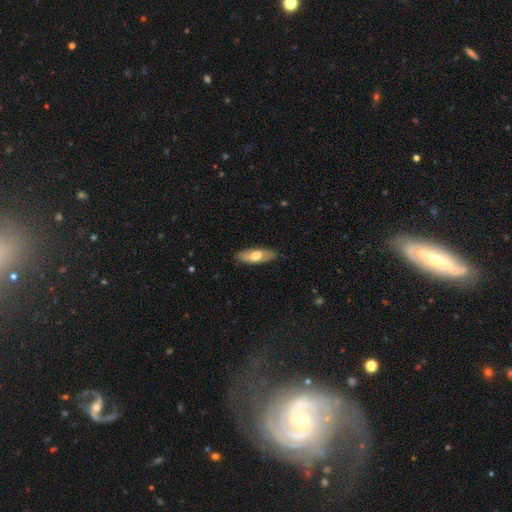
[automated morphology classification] Smooth or featured: smooth — 64% (featured or disk — 30%)
How rounded: in between — 68% (cigar-shaped — 29%)
Merging: none — 86% (minor disturbance — 11%)